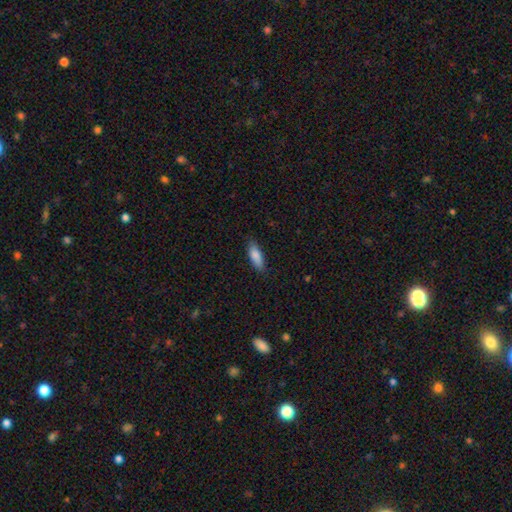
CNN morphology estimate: smooth 86%, featured or disk 8%, star or artifact 6%. Down the decision tree: how rounded — in between (61%); merging — none (83%).